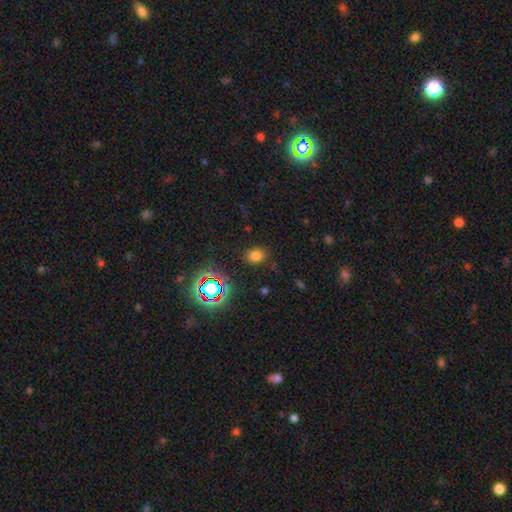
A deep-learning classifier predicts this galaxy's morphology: The model was most divided on "how rounded": in between: 61%, round: 38%, cigar-shaped: 1%. More confident: merging — none (84%); smooth or featured — smooth (71%).